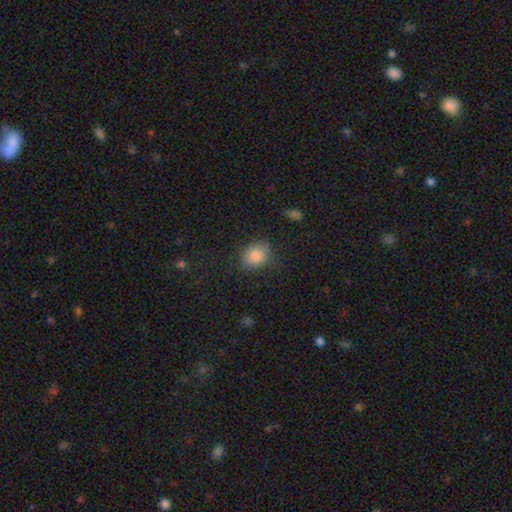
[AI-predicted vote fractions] This appears to be a smooth galaxy with no disk features (84%) that is in between round and cigar-shaped (53%). Merging: none (79%).